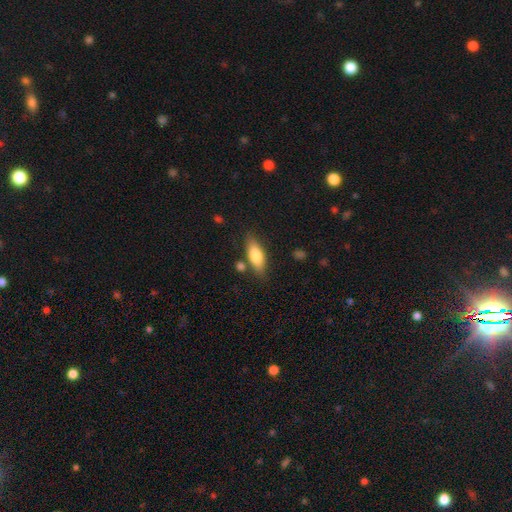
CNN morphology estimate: Q: Smooth or featured?
A: smooth (78%); runner-up: featured or disk (16%)
Q: How rounded?
A: in between (70%); runner-up: cigar-shaped (27%)
Q: Merging?
A: none (76%); runner-up: minor disturbance (14%)